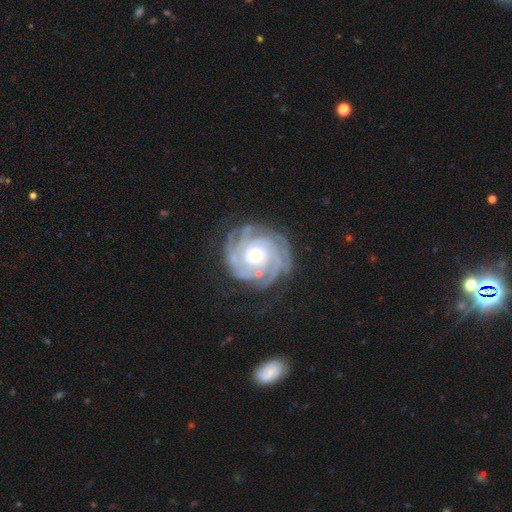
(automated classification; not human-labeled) This is clearly a featured or disk galaxy (88%). It is clearly not viewed edge-on (98%). Bar: likely no (78%). Spiral arm pattern: clearly yes (97%). Spiral arm count: marginally can't tell (24%). Spiral winding: clearly tight (81%). Central bulge: likely small (61%). Merging: likely none (76%).